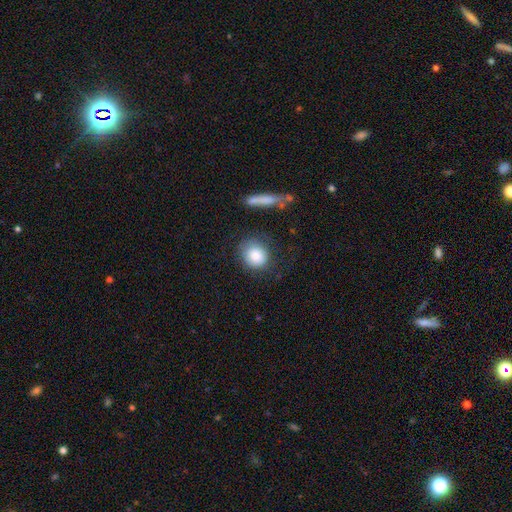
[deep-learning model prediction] Smooth or featured: smooth — 84% (featured or disk — 8%)
How rounded: round — 81% (in between — 18%)
Merging: none — 68% (minor disturbance — 20%)